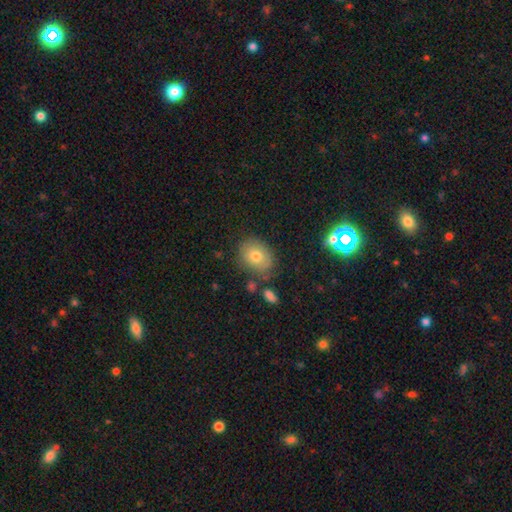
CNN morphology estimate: The model was most divided on "how rounded": in between: 54%, round: 45%, cigar-shaped: 1%. More confident: merging — none (76%); smooth or featured — smooth (69%).